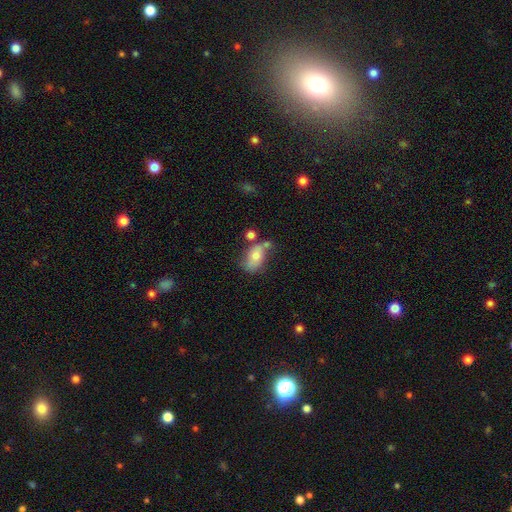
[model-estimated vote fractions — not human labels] Morphology: type=smooth (66%); roundness=in between (85%); merging=none (42%).